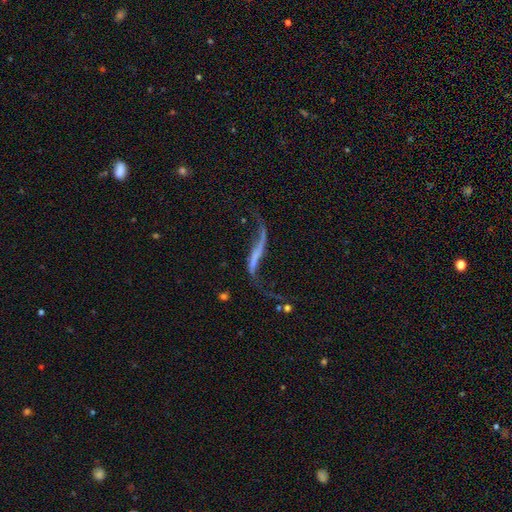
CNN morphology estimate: smooth-or-featured: featured or disk: 81% | smooth: 10% | star or artifact: 9%
  disk-edge-on: no: 81% | yes: 19%
    bar: strong: 45% | no: 33% | weak: 22%
    has-spiral-arms: yes: 86% | no: 14%
      spiral-winding: loose: 96% | medium: 3% | tight: 2%
      spiral-arm-count: 2: 89% | 1: 7% | can't tell: 2% | 3: 1% | more than 4: 1% | 4: 1%
    bulge-size: none: 70% | small: 20% | moderate: 6% | large: 3% | dominant: 2%
  merging: none: 50% | major disturbance: 25% | minor disturbance: 17% | merger: 8%